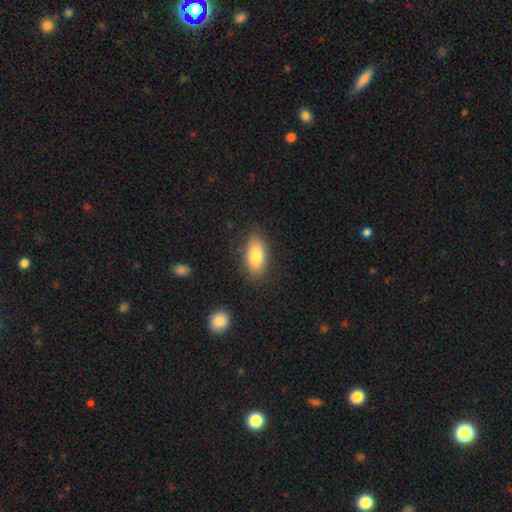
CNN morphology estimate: Smooth or featured? Predicted: smooth (p=0.82). How rounded? Predicted: in between (p=0.89). Merging? Predicted: none (p=0.84).